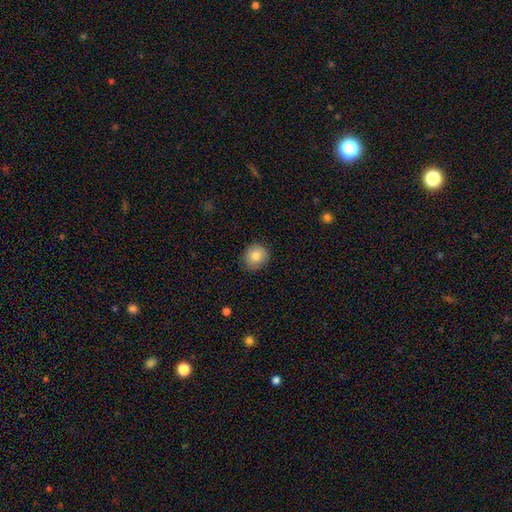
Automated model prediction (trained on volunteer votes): smooth-or-featured: smooth: 81% | featured or disk: 9% | star or artifact: 9%
  how-rounded: round: 84% | in between: 15% | cigar-shaped: 1%
  merging: none: 87% | minor disturbance: 10% | major disturbance: 2% | merger: 1%